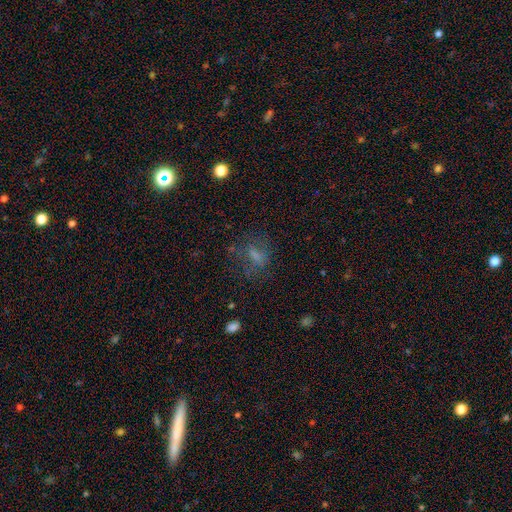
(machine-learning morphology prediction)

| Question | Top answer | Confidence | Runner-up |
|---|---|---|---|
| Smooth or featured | smooth | 56% | featured or disk (24%) |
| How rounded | in between | 63% | round (28%) |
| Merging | none | 59% | major disturbance (21%) |